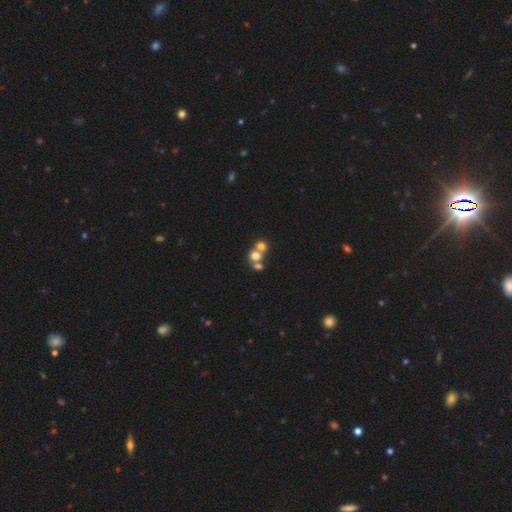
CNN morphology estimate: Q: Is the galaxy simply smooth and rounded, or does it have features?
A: smooth — 68%.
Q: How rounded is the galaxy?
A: round — 73%.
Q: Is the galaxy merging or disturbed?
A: merger — 61%.